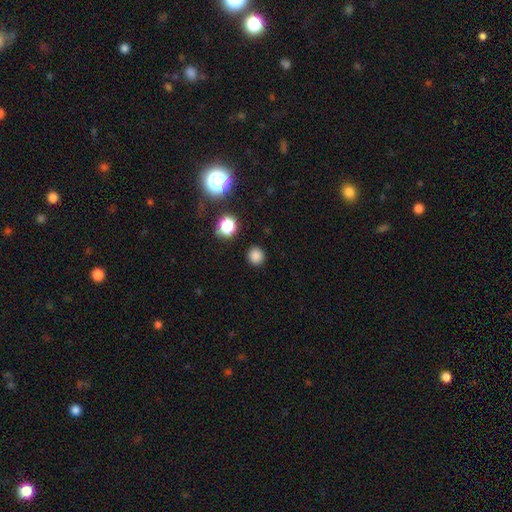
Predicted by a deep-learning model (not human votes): This appears to be a smooth galaxy with no disk features (81%) that is round (91%). Merging: none (89%).